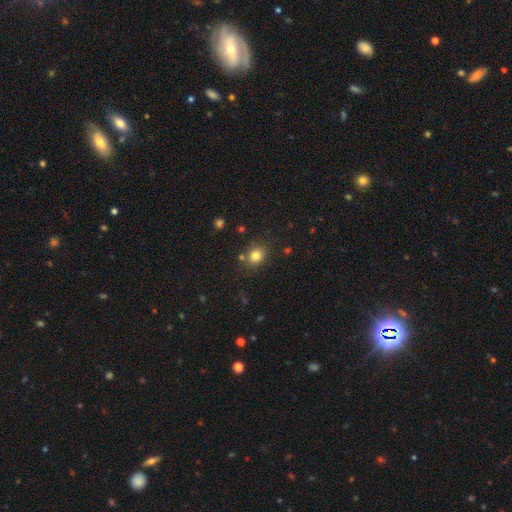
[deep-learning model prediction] Q: Smooth or featured?
A: smooth (80%); runner-up: star or artifact (13%)
Q: How rounded?
A: round (66%); runner-up: in between (33%)
Q: Merging?
A: none (79%); runner-up: minor disturbance (12%)